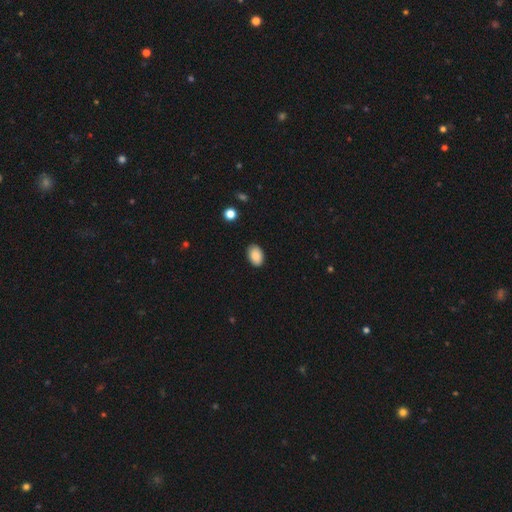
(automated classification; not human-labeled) Morphology: type=smooth (89%); roundness=in between (88%); merging=none (88%).